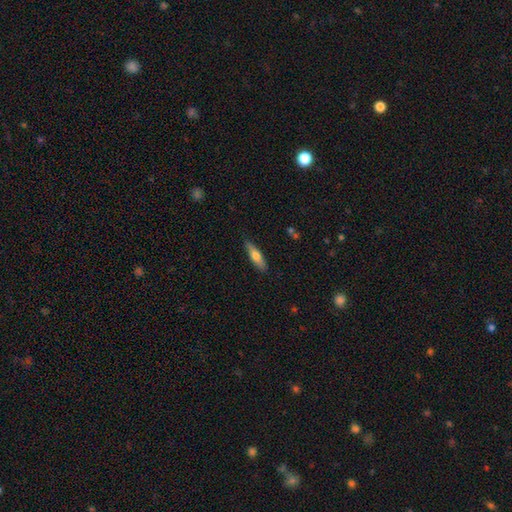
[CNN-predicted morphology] smooth_or_featured: smooth (p=0.61) [alt: featured or disk p=0.33]
how_rounded: cigar-shaped (p=0.68) [alt: in between p=0.30]
merging: none (p=0.87) [alt: minor disturbance p=0.10]